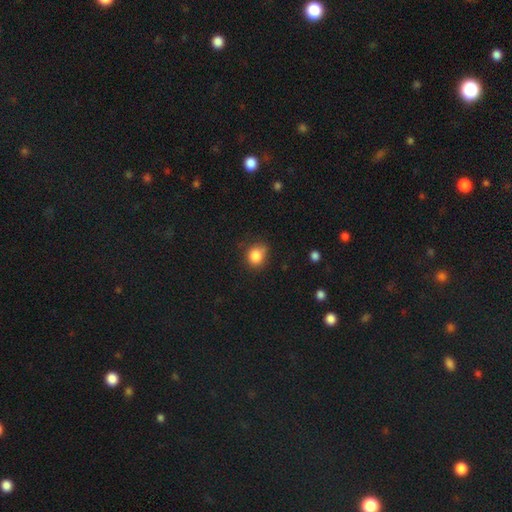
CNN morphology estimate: Smooth or featured: smooth — 84% (star or artifact — 10%)
How rounded: round — 73% (in between — 26%)
Merging: none — 66% (minor disturbance — 26%)